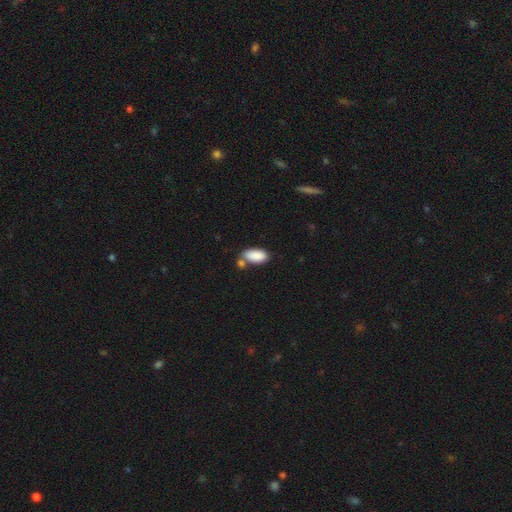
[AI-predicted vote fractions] smooth_or_featured: smooth (p=0.88) [alt: star or artifact p=0.07]
how_rounded: in between (p=0.93) [alt: cigar-shaped p=0.04]
merging: none (p=0.55) [alt: merger p=0.27]